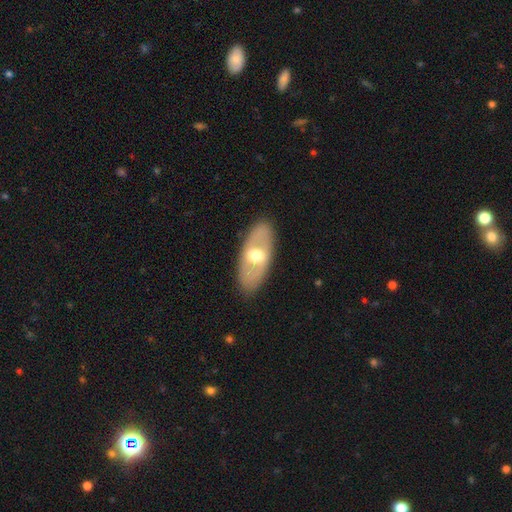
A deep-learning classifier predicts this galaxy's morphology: Smooth or featured? featured or disk (49%)
Merging? none (86%)